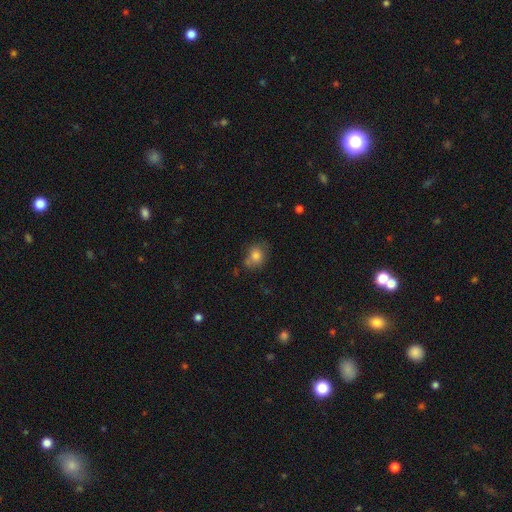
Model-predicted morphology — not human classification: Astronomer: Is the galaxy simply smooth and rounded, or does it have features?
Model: smooth — 79%.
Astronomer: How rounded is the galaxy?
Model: round — 57% (runner-up: in between, 41%).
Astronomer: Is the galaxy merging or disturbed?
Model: none — 56%.